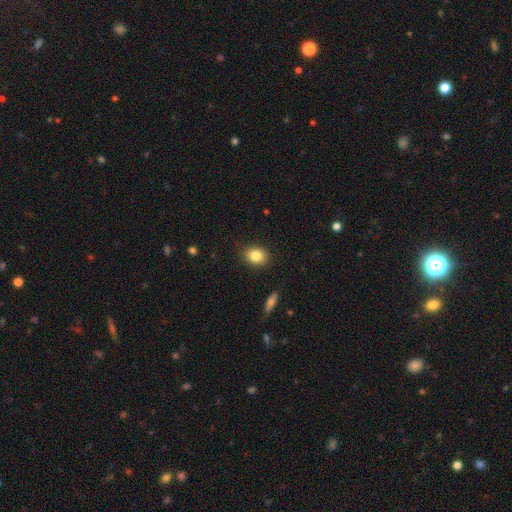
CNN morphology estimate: Smooth or featured?
  - smooth: 84% *
  - star or artifact: 9%
  - featured or disk: 7%
How rounded?
  - in between: 55% *
  - round: 44%
  - cigar-shaped: 1%
Merging?
  - none: 88% *
  - minor disturbance: 9%
  - major disturbance: 2%
  - merger: 1%